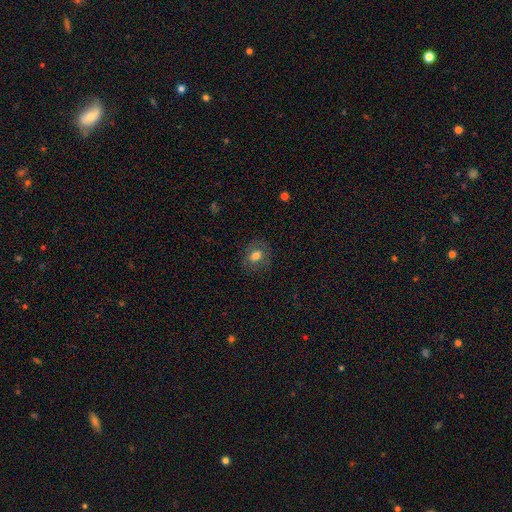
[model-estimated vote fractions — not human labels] Morphology: type=smooth (68%); roundness=round (54%); merging=none (79%).